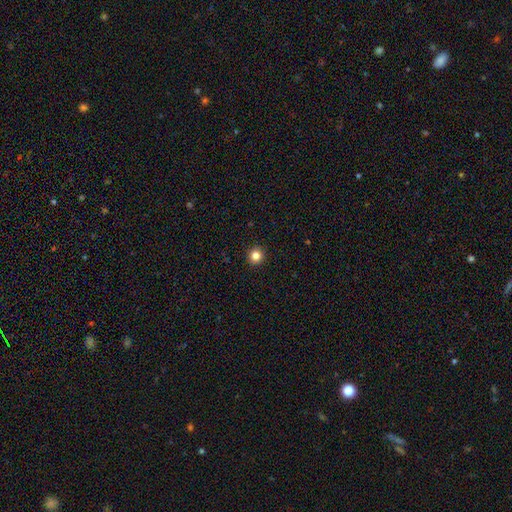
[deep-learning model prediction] Smooth or featured? smooth (83%)
How rounded? round (95%)
Merging? none (94%)